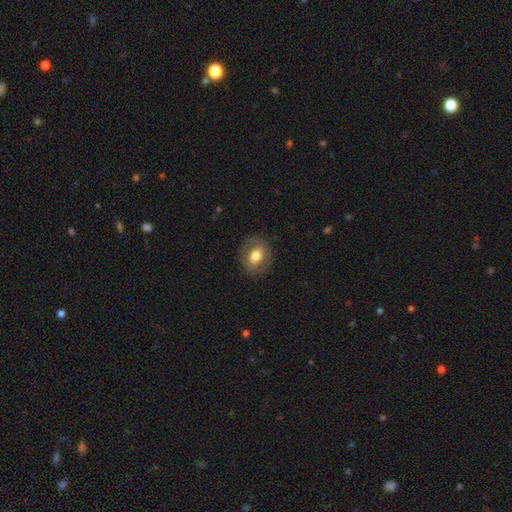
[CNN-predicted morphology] A smooth galaxy with no disk features (65%) that is round (54%). Merging: none (84%).